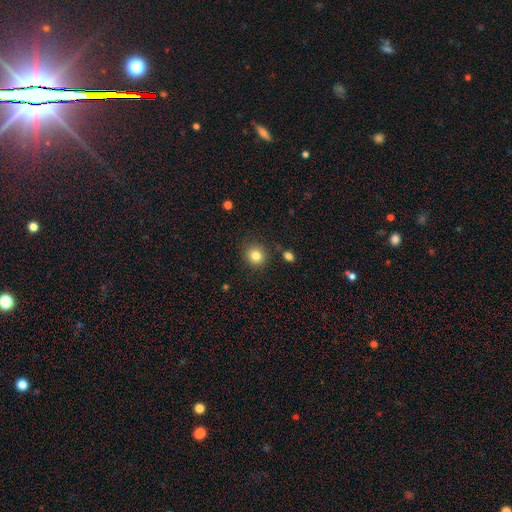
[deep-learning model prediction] The model was most divided on "smooth or featured": smooth: 83%, star or artifact: 11%, featured or disk: 6%. More confident: how rounded — round (89%); merging — none (87%).